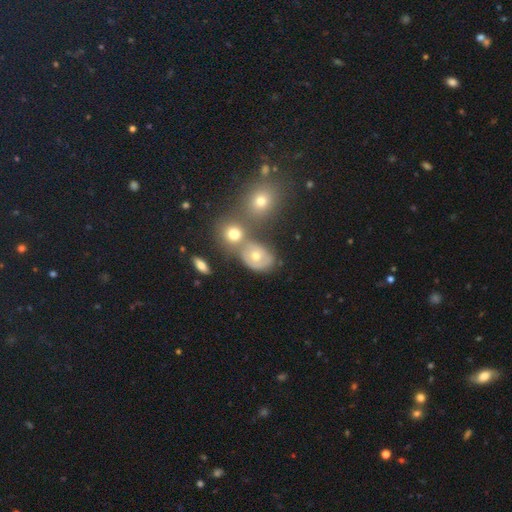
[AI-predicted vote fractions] smooth 45%, star or artifact 34%, featured or disk 21%. Down the decision tree: merging — none (48%).